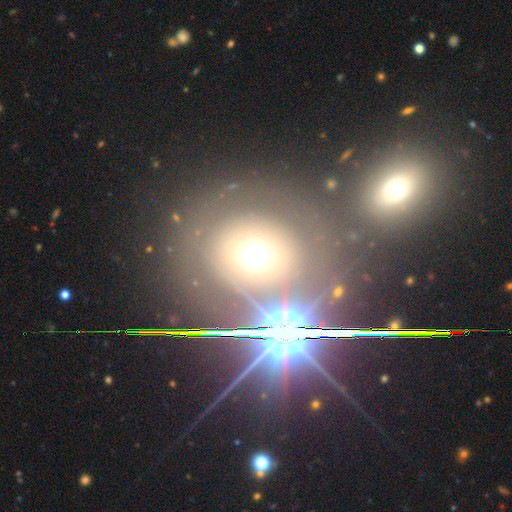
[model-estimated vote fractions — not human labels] Overall: smooth (45%; star or artifact 34%). Merging: none (76%).